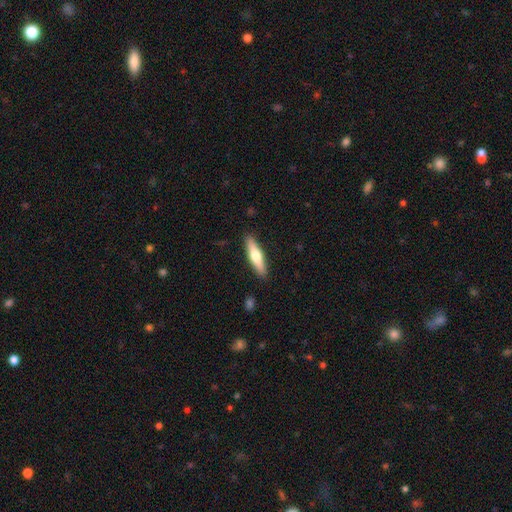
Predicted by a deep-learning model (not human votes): A smooth galaxy with no disk features (55%) that is cigar-shaped (74%). Merging: none (90%).